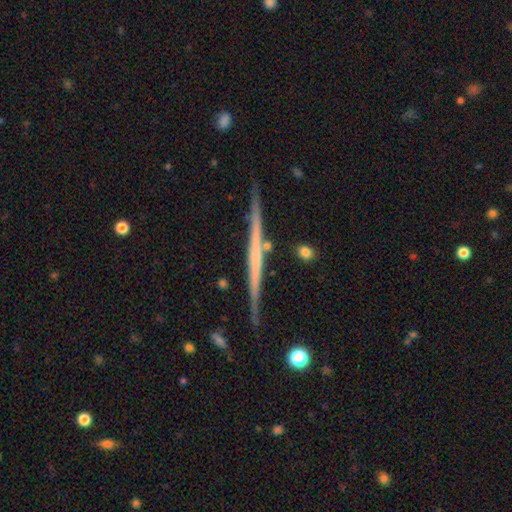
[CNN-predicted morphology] This appears to be a featured or disk galaxy (70%) viewed edge-on (98%) with no central bulge (82%). Merging: none (87%).